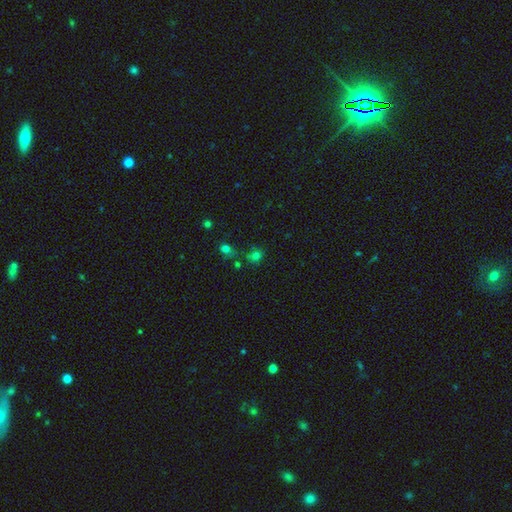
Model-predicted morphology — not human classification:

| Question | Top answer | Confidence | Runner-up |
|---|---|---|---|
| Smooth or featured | smooth | 68% | star or artifact (25%) |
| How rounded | round | 71% | in between (27%) |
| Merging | none | 61% | merger (18%) |